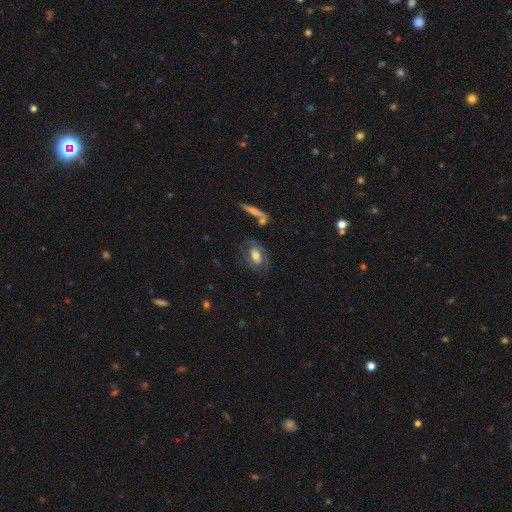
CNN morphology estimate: This appears to be a smooth galaxy with no disk features (48%). Merging: none (54%).